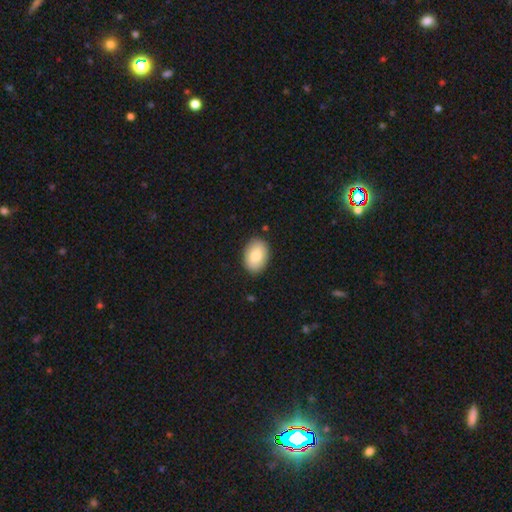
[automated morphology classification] Smooth or featured? Predicted: smooth (p=0.83). How rounded? Predicted: in between (p=0.86). Merging? Predicted: none (p=0.87).